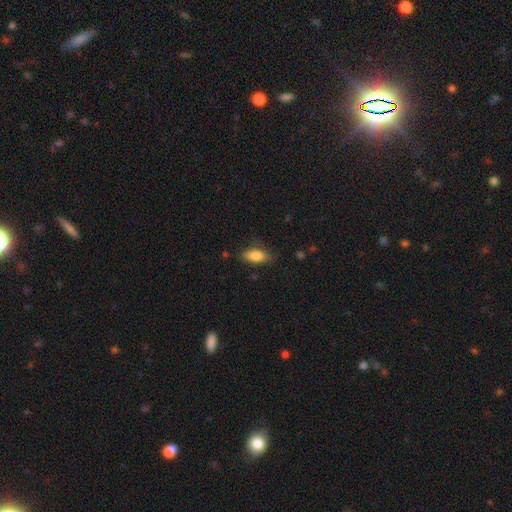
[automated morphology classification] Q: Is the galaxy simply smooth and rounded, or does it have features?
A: smooth — 79%.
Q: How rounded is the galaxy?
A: in between — 80%.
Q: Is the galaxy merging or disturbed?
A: none — 74%.